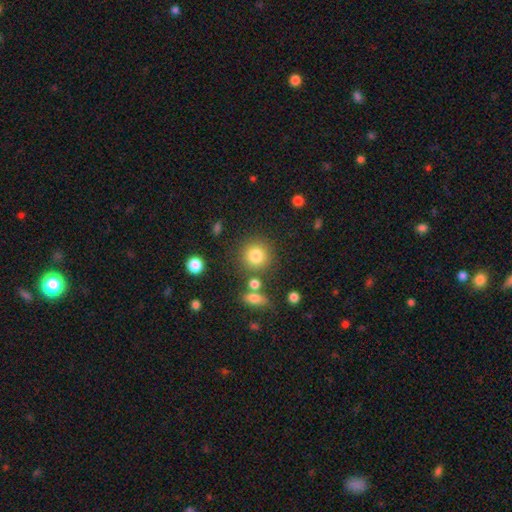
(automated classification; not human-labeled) smooth-or-featured: smooth: 81% | star or artifact: 12% | featured or disk: 7%
  how-rounded: round: 91% | in between: 8% | cigar-shaped: 1%
  merging: none: 77% | minor disturbance: 9% | merger: 9% | major disturbance: 4%